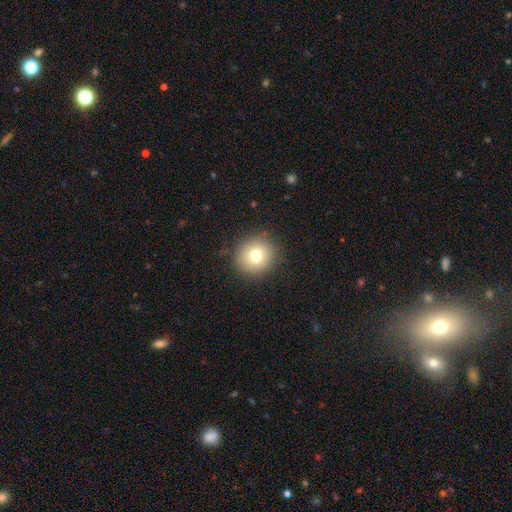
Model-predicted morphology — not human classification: A smooth galaxy with no disk features (76%) that is round (92%). Merging: none (89%).